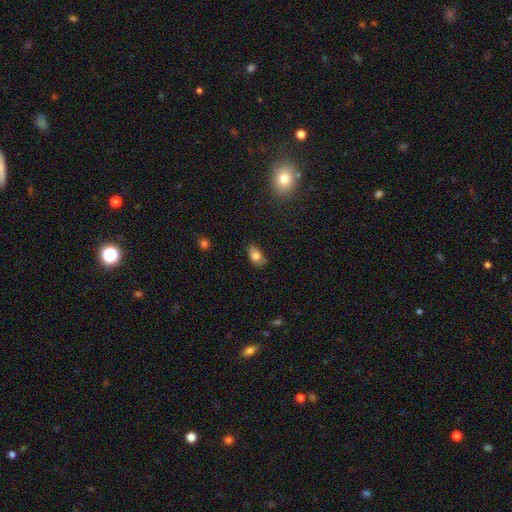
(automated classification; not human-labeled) Morphology: type=smooth (79%); roundness=in between (87%); merging=none (61%).